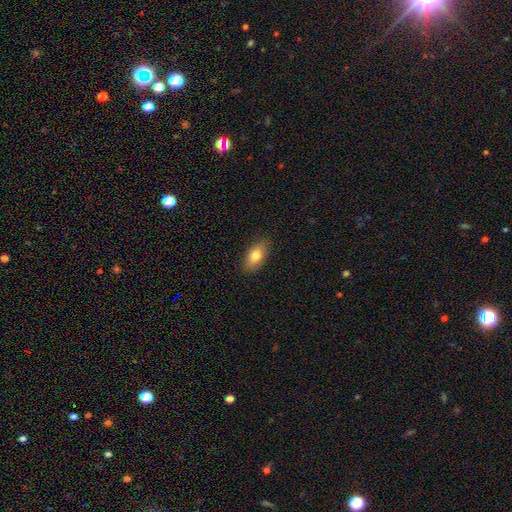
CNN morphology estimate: smooth-or-featured: smooth: 80% | featured or disk: 13% | star or artifact: 7%
  how-rounded: in between: 89% | cigar-shaped: 6% | round: 5%
  merging: none: 87% | minor disturbance: 10% | major disturbance: 2% | merger: 1%